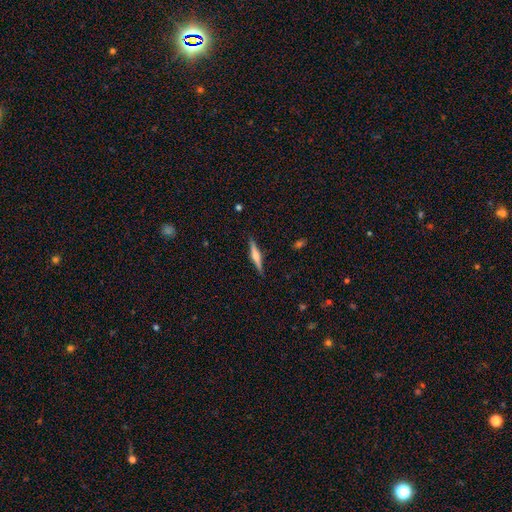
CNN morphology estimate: Q: Smooth or featured?
A: featured or disk (58%); runner-up: smooth (36%)
Q: Edge-on disk?
A: yes (98%); runner-up: no (2%)
Q: Edge-on bulge?
A: rounded (75%); runner-up: boxy (16%)
Q: Merging?
A: none (90%); runner-up: minor disturbance (7%)